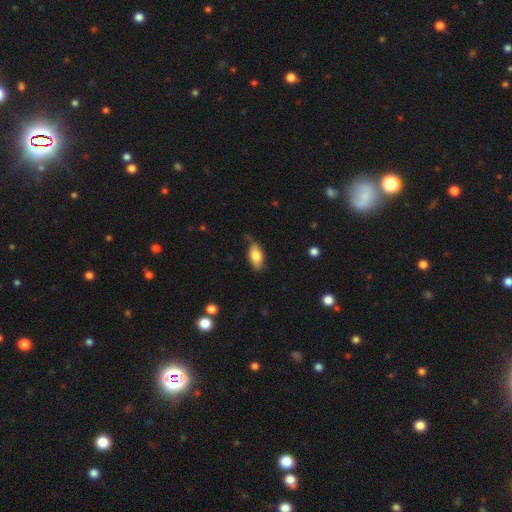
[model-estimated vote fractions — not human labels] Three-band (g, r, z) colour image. It shows a smooth galaxy with no disk features (79%) that is in between round and cigar-shaped (90%). Merging: none (72%).